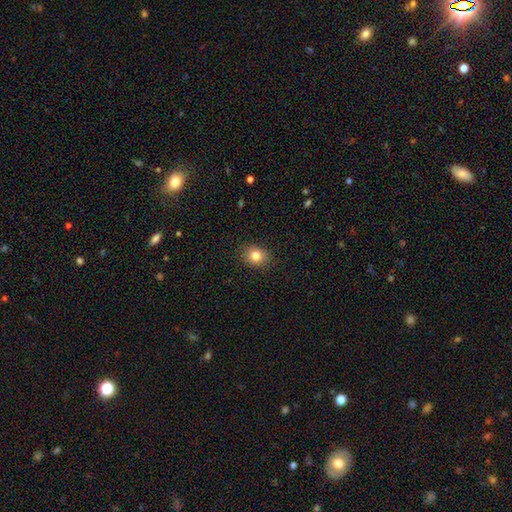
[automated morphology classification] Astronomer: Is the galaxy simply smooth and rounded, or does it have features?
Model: smooth — 83%.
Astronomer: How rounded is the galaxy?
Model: round — 62% (runner-up: in between, 37%).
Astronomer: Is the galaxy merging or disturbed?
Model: none — 88%.